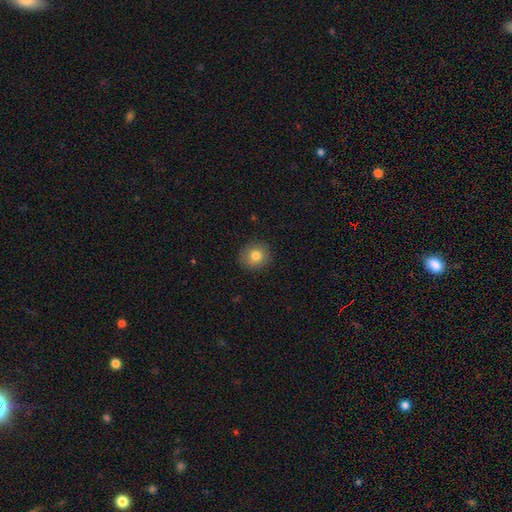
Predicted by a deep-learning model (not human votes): Smooth or featured? Predicted: smooth (p=0.80). How rounded? Predicted: round (p=0.91). Merging? Predicted: none (p=0.89).